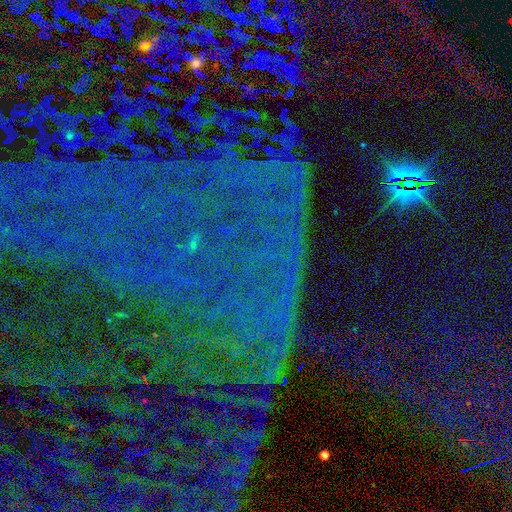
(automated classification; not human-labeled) smooth_or_featured: star or artifact (p=0.84) [alt: featured or disk p=0.09]